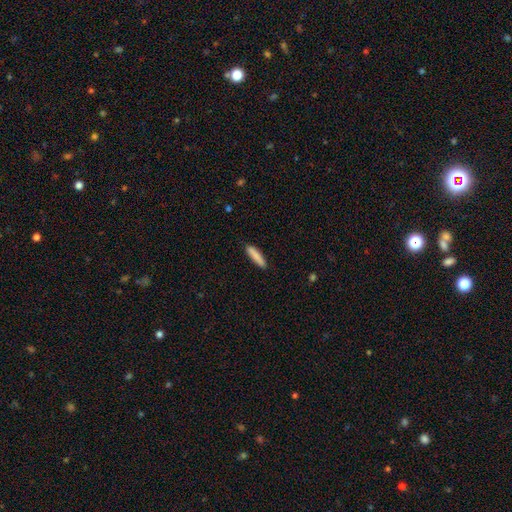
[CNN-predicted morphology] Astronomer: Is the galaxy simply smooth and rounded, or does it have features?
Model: smooth — 86%.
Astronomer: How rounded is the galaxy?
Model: cigar-shaped — 83%.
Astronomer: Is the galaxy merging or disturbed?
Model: none — 88%.